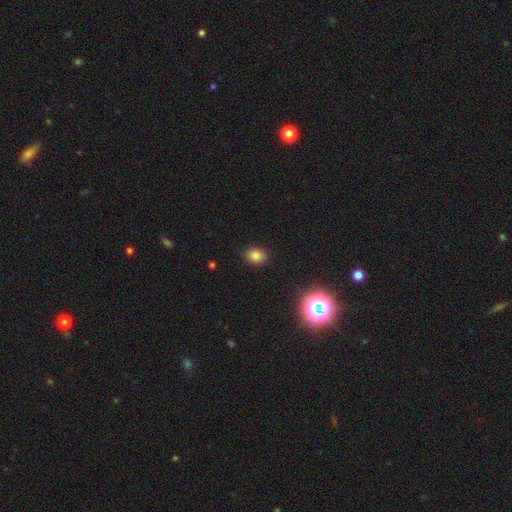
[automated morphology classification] Smooth or featured? smooth (81%)
How rounded? round (50%)
Merging? none (87%)